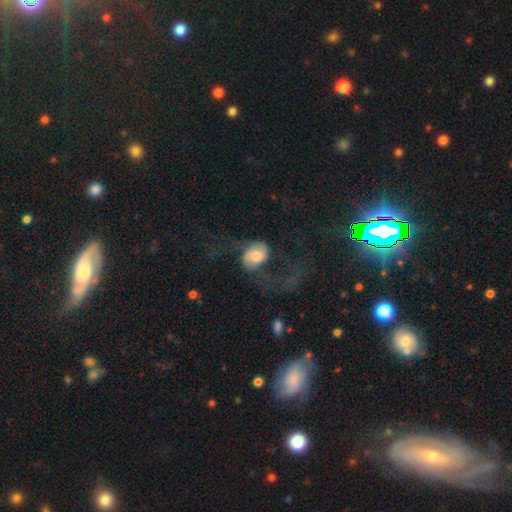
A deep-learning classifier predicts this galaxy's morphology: This appears to be a featured or disk galaxy (57%) with no bar (61%), spiral arms (80%) and a moderate central bulge (54%). Merging: major disturbance (46%).